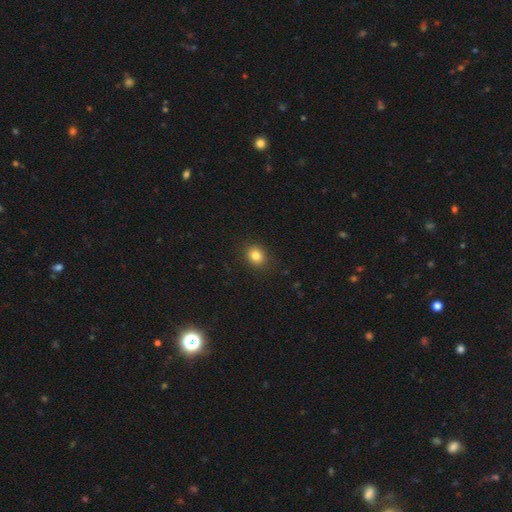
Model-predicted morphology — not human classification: Overall: smooth (83%). How rounded: round (65%; in between 34%). Merging: none (89%).